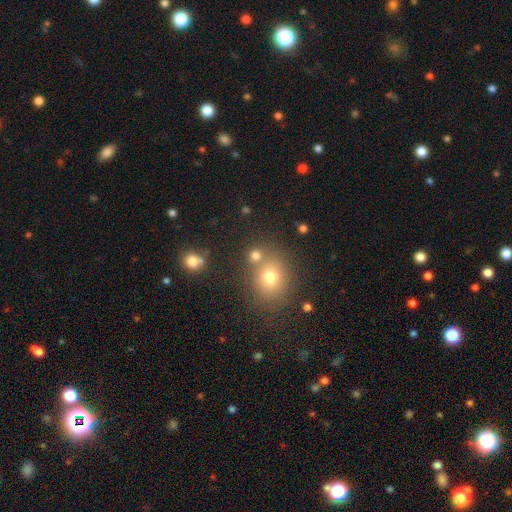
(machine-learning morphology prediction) Smooth or featured: smooth — 72% (star or artifact — 18%)
How rounded: round — 78% (in between — 21%)
Merging: none — 64% (merger — 23%)